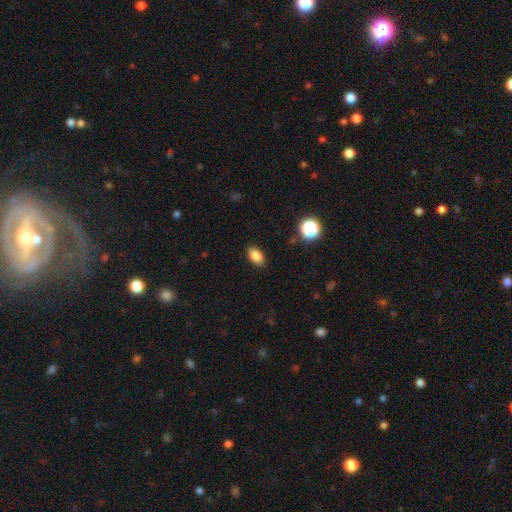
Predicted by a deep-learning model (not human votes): The model was most divided on "smooth or featured": smooth: 85%, star or artifact: 10%, featured or disk: 5%. More confident: merging — none (88%); how rounded — in between (88%).